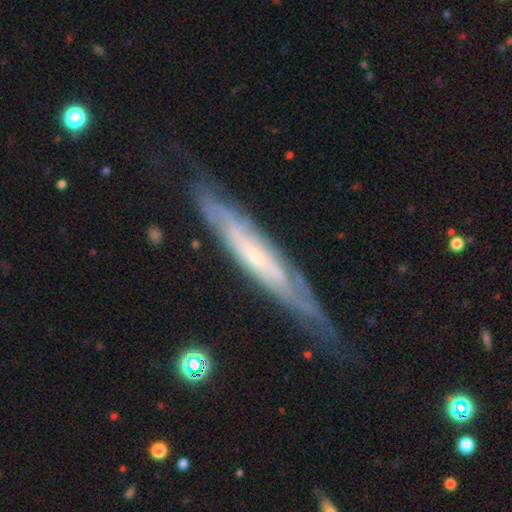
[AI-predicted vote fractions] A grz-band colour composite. It shows a featured or disk galaxy (79%) viewed edge-on (52%). Merging: none (70%).